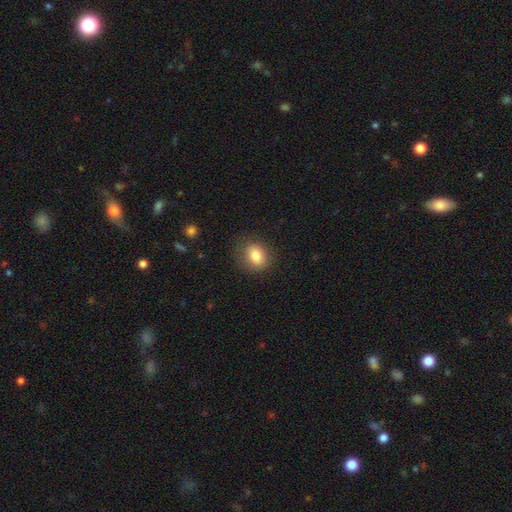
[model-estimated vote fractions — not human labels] The model was most divided on "how rounded": in between: 55%, round: 44%, cigar-shaped: 1%. More confident: smooth or featured — smooth (83%); merging — none (82%).